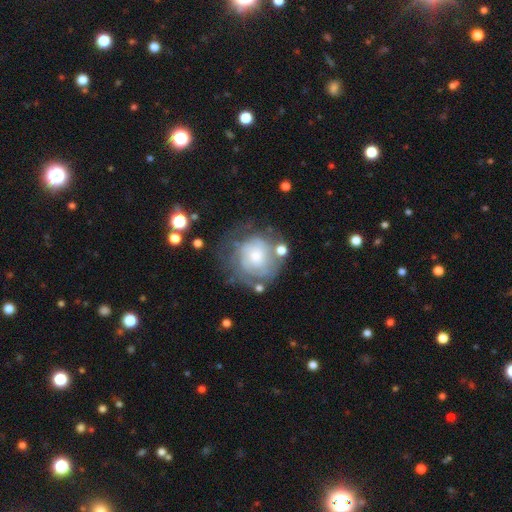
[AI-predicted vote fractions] smooth_or_featured: featured or disk (p=0.67) [alt: smooth p=0.26]
disk_edge_on: no (p=0.97) [alt: yes p=0.03]
bar: no (p=0.79) [alt: weak p=0.18]
has_spiral_arms: yes (p=0.77) [alt: no p=0.23]
bulge_size: small (p=0.48) [alt: moderate p=0.37]
merging: none (p=0.55) [alt: minor disturbance p=0.21]